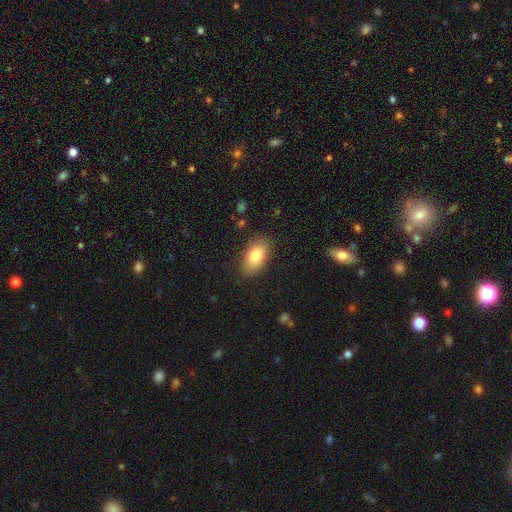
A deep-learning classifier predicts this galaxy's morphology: Smooth or featured? Predicted: smooth (p=0.81). How rounded? Predicted: in between (p=0.93). Merging? Predicted: none (p=0.85).